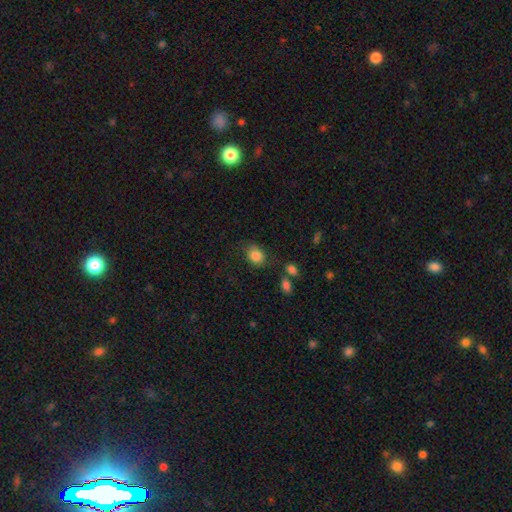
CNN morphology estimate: smooth 85%, star or artifact 9%, featured or disk 6%. Down the decision tree: how rounded — round (54%); merging — none (70%).